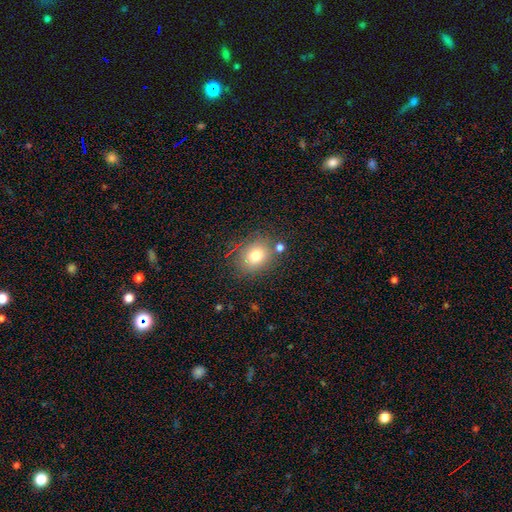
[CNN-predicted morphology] Q: Smooth or featured?
A: smooth (76%); runner-up: star or artifact (13%)
Q: How rounded?
A: round (54%); runner-up: in between (45%)
Q: Merging?
A: none (76%); runner-up: minor disturbance (13%)